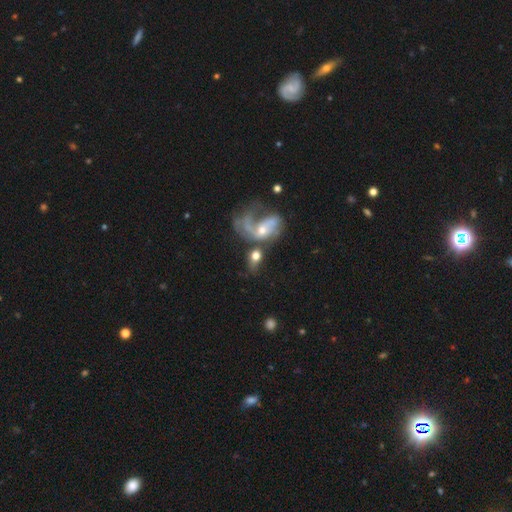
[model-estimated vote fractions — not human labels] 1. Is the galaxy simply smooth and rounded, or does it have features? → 46% smooth, 44% featured or disk, 10% star or artifact.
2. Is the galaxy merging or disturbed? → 46% merger, 22% none, 21% major disturbance, 11% minor disturbance.